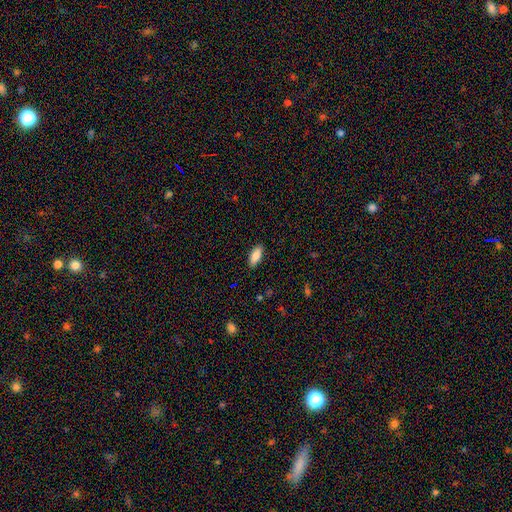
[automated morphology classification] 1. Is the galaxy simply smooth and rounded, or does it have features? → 86% smooth, 8% featured or disk, 7% star or artifact.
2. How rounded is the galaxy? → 81% in between, 17% cigar-shaped, 2% round.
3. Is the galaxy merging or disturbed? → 87% none, 9% minor disturbance, 2% major disturbance, 1% merger.